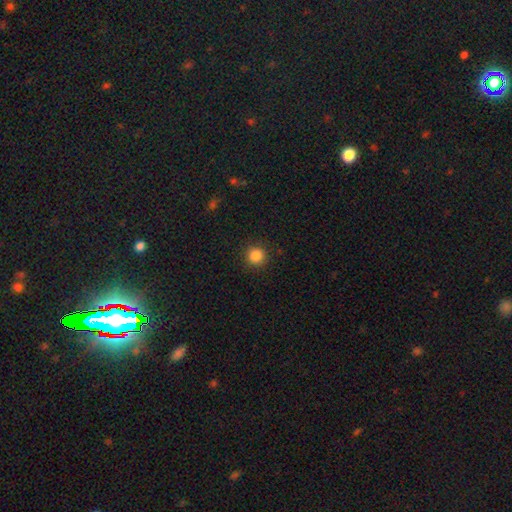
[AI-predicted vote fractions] This appears to be a smooth galaxy with no disk features (86%) that is round (94%). Merging: none (92%).